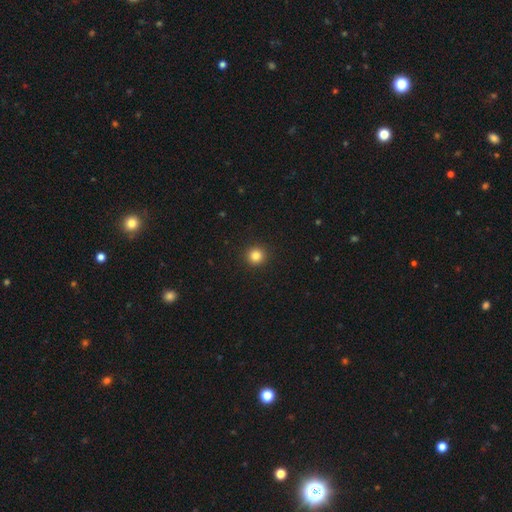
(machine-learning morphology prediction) Q: Smooth or featured?
A: smooth (84%); runner-up: star or artifact (12%)
Q: How rounded?
A: round (95%); runner-up: in between (4%)
Q: Merging?
A: none (93%); runner-up: minor disturbance (4%)